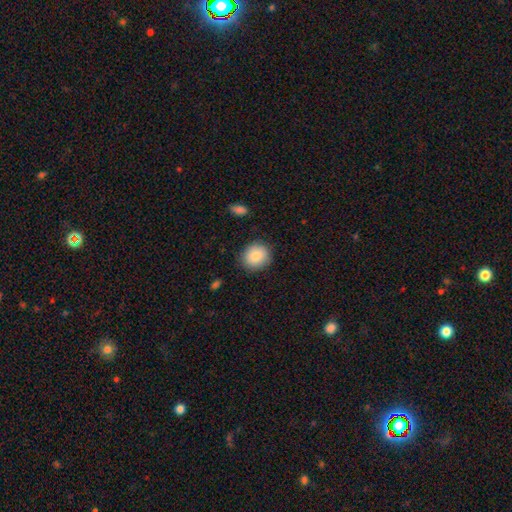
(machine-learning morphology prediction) Smooth or featured? smooth (87%)
How rounded? round (78%)
Merging? none (86%)